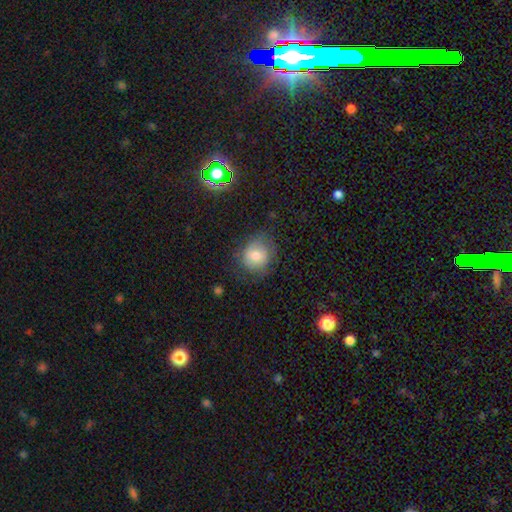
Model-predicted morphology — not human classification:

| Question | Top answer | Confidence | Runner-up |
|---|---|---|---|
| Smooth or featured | smooth | 73% | featured or disk (16%) |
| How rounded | round | 74% | in between (25%) |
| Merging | none | 68% | minor disturbance (22%) |